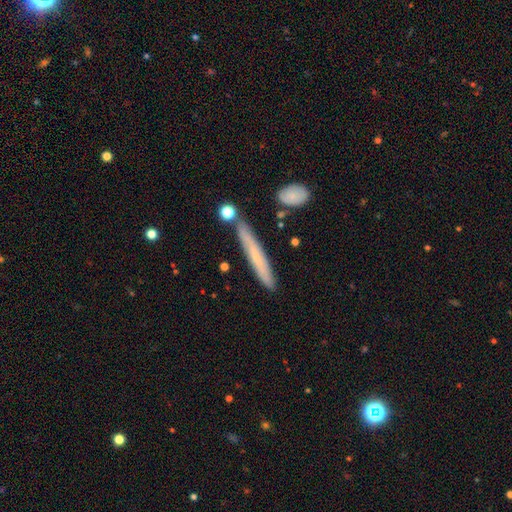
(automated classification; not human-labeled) The model was most divided on "smooth or featured": smooth: 56%, featured or disk: 36%, star or artifact: 8%. More confident: how rounded — cigar-shaped (95%); merging — none (81%).